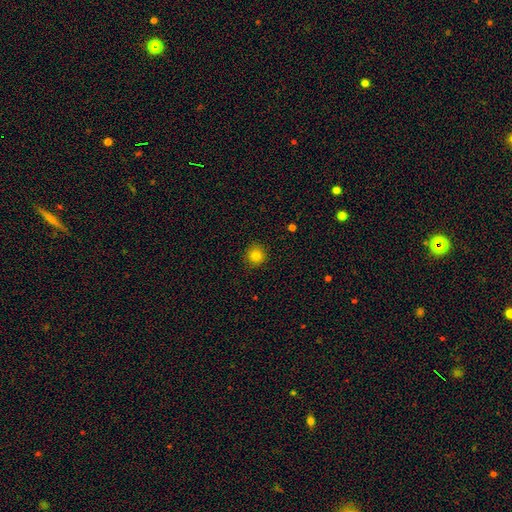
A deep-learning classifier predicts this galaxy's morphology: Smooth or featured? smooth (81%)
How rounded? round (93%)
Merging? none (91%)